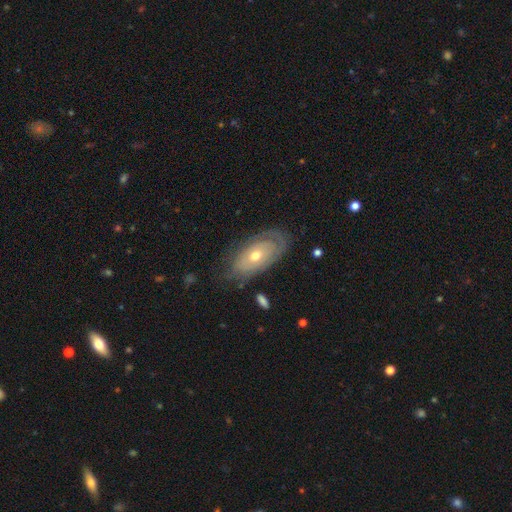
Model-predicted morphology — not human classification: A featured or disk galaxy (63%) with no bar (87%), spiral arms (56%) and a moderate central bulge (62%).

Vote fractions:
- Smooth or featured? featured or disk: 63% / smooth: 31% / star or artifact: 6%
- Edge-on disk? no: 89% / yes: 11%
- Bar? no: 87% / weak: 11% / strong: 2%
- Spiral arms? yes: 56% / no: 44%
- Bulge size? moderate: 62% / small: 34% / large: 3% / dominant: 1% / none: 1%
- Merging? none: 68% / minor disturbance: 21% / major disturbance: 10% / merger: 2%